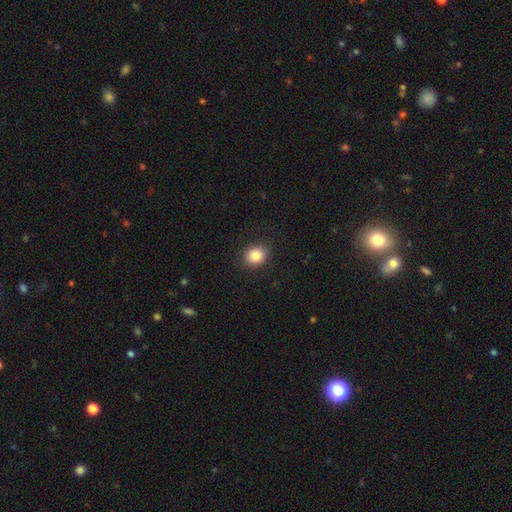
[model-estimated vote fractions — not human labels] Q: Smooth or featured?
A: smooth (84%); runner-up: star or artifact (10%)
Q: How rounded?
A: round (71%); runner-up: in between (28%)
Q: Merging?
A: none (89%); runner-up: minor disturbance (8%)